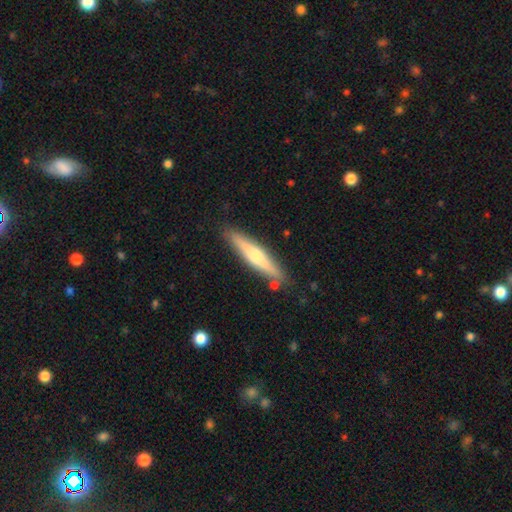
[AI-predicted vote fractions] Smooth or featured? Predicted: featured or disk (p=0.47, tied with smooth). Merging? Predicted: none (p=0.85).